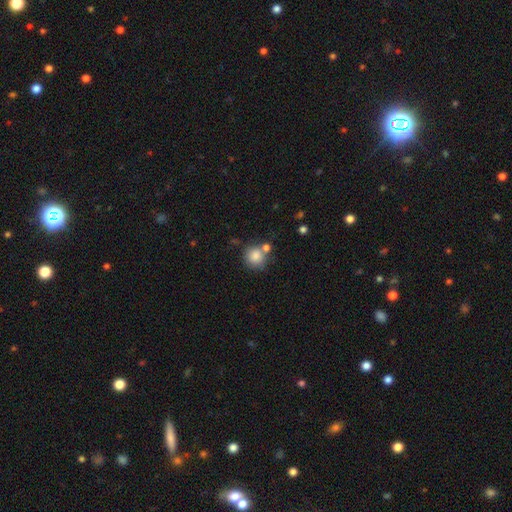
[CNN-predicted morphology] A smooth galaxy with no disk features (84%) that is round (89%).

Vote fractions:
- Smooth or featured? smooth: 84% / star or artifact: 9% / featured or disk: 7%
- How rounded? round: 89% / in between: 10% / cigar-shaped: 1%
- Merging? none: 62% / merger: 21% / minor disturbance: 13% / major disturbance: 4%